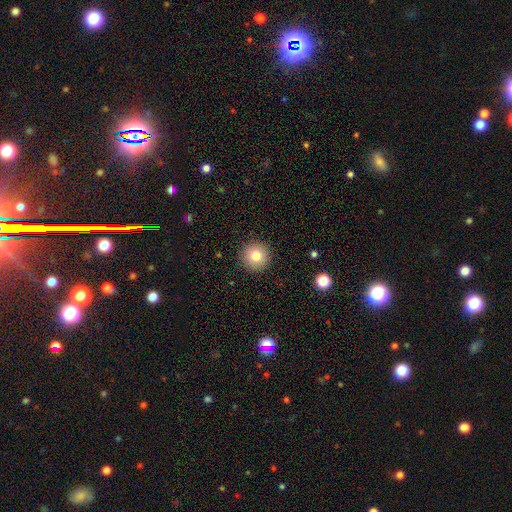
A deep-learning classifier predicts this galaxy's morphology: This is likely a smooth galaxy (80%). How rounded: clearly round (96%). Merging: clearly none (92%).